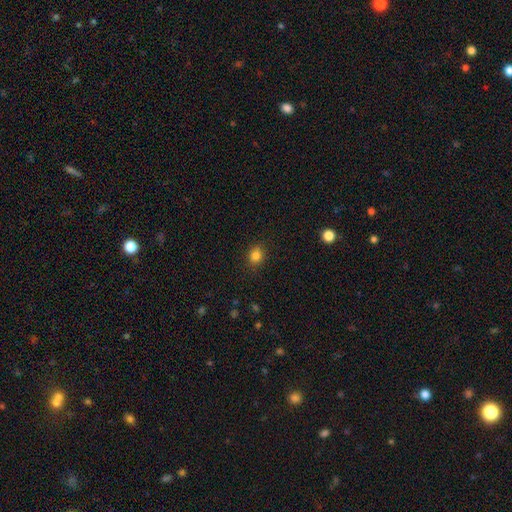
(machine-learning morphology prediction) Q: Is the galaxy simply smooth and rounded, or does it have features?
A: smooth — 82%.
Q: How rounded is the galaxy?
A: round — 68%.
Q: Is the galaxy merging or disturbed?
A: none — 87%.